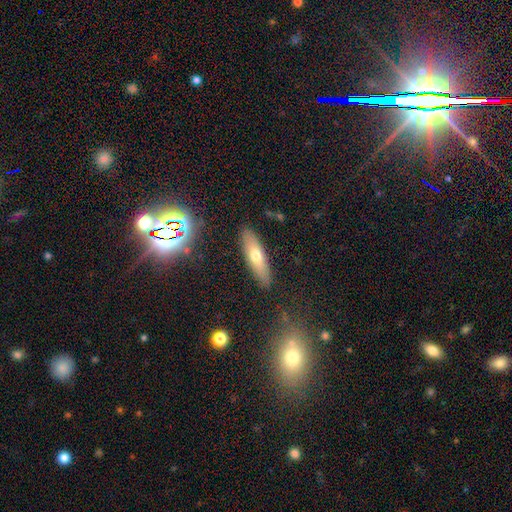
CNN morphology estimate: A smooth galaxy with no disk features (62%) that is cigar-shaped (58%). Merging: none (87%).